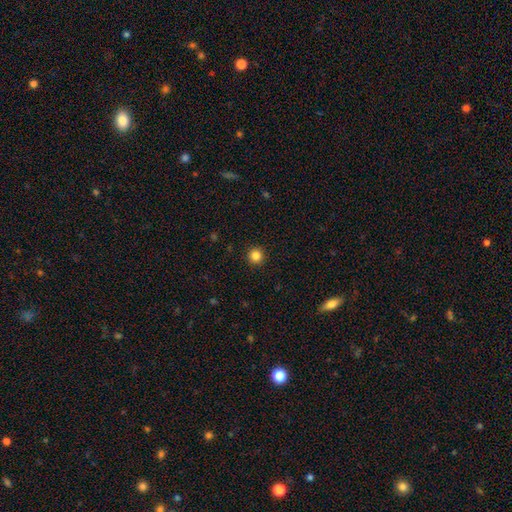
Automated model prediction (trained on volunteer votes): Smooth or featured?
  - smooth: 84% *
  - star or artifact: 12%
  - featured or disk: 4%
How rounded?
  - round: 95% *
  - in between: 4%
  - cigar-shaped: 1%
Merging?
  - none: 93% *
  - minor disturbance: 4%
  - major disturbance: 2%
  - merger: 1%